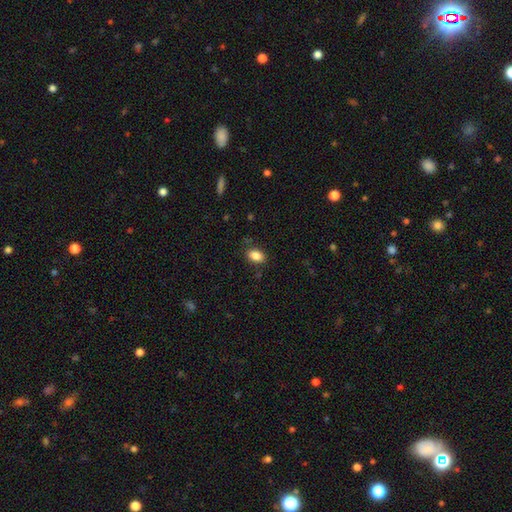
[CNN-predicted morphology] smooth_or_featured: smooth (p=0.87) [alt: star or artifact p=0.09]
how_rounded: in between (p=0.86) [alt: round p=0.13]
merging: none (p=0.84) [alt: minor disturbance p=0.11]